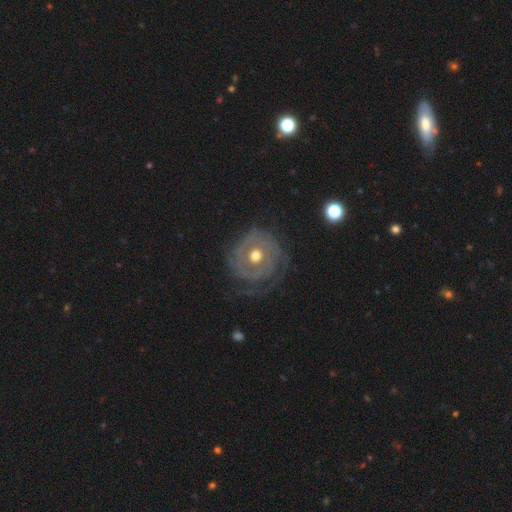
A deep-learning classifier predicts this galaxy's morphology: Smooth or featured: featured or disk — 82% (smooth — 13%)
Edge-on disk: no — 97% (yes — 3%)
Bar: no — 82% (weak — 14%)
Spiral arms: yes — 83% (no — 17%)
Spiral winding: tight — 72% (medium — 19%)
Spiral arm count: can't tell — 36% (2 — 24%)
Bulge size: moderate — 78% (small — 12%)
Merging: none — 66% (minor disturbance — 18%)